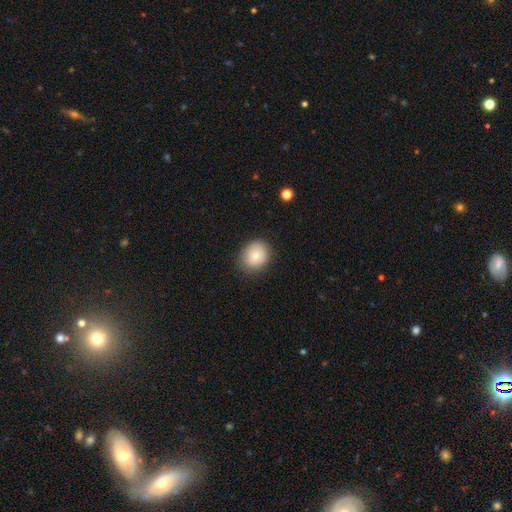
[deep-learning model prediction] Smooth or featured? Predicted: smooth (p=0.80). How rounded? Predicted: round (p=0.72). Merging? Predicted: none (p=0.82).